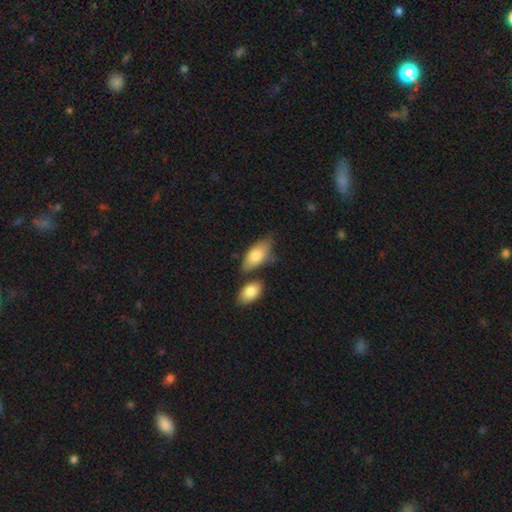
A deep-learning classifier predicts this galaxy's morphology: smooth_or_featured: smooth (p=0.77) [alt: featured or disk p=0.17]
how_rounded: in between (p=0.88) [alt: cigar-shaped p=0.09]
merging: none (p=0.61) [alt: minor disturbance p=0.19]